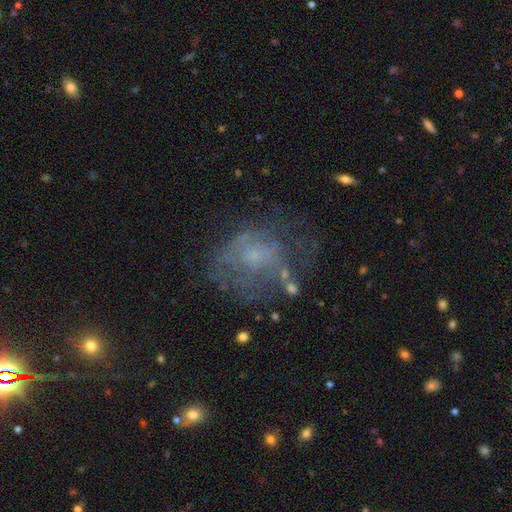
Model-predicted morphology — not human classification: Smooth or featured?
  - featured or disk: 52% *
  - smooth: 30%
  - star or artifact: 18%
Edge-on disk?
  - no: 97% *
  - yes: 3%
Bar?
  - no: 82% *
  - weak: 16%
  - strong: 3%
Spiral arms?
  - no: 63% *
  - yes: 37%
Bulge size?
  - small: 43% *
  - none: 28%
  - moderate: 25%
  - large: 3%
  - dominant: 1%
Merging?
  - none: 49% *
  - major disturbance: 25%
  - minor disturbance: 21%
  - merger: 5%